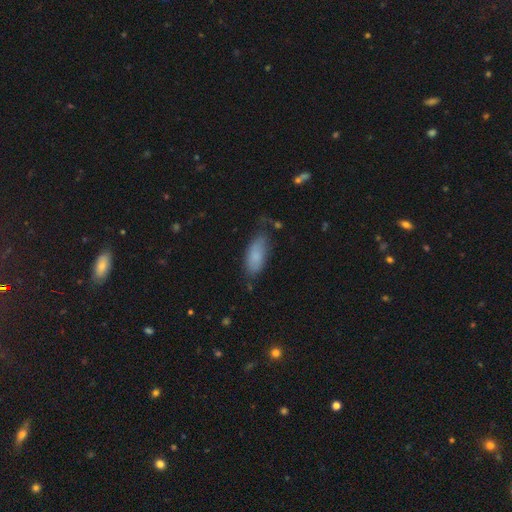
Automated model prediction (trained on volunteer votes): Smooth or featured: smooth — 82% (featured or disk — 12%)
How rounded: in between — 82% (cigar-shaped — 16%)
Merging: none — 60% (minor disturbance — 28%)